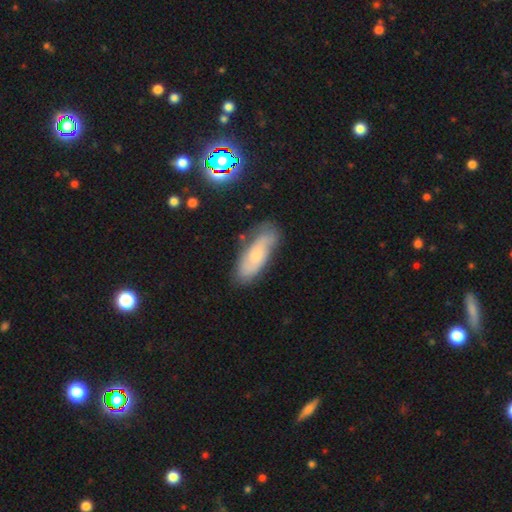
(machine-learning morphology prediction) type=featured or disk (48%); merging=none (68%).